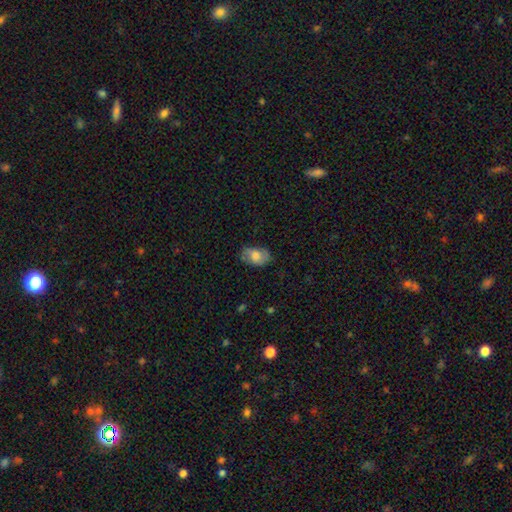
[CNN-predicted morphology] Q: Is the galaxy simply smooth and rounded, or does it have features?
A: smooth — 60%.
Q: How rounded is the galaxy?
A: in between — 88%.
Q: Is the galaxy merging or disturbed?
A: none — 71%.